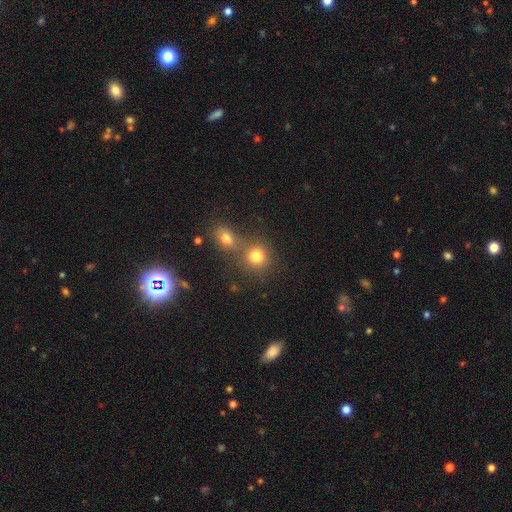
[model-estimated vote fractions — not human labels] A smooth galaxy with no disk features (78%) that is round (84%).

Vote fractions:
- Smooth or featured? smooth: 78% / star or artifact: 14% / featured or disk: 8%
- How rounded? round: 84% / in between: 15% / cigar-shaped: 1%
- Merging? none: 52% / merger: 37% / minor disturbance: 7% / major disturbance: 4%